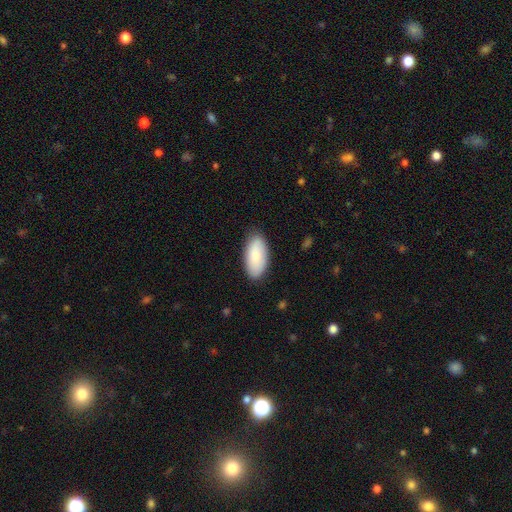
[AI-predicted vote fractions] Smooth or featured: smooth — 80% (featured or disk — 14%)
How rounded: in between — 94% (cigar-shaped — 4%)
Merging: none — 84% (minor disturbance — 13%)